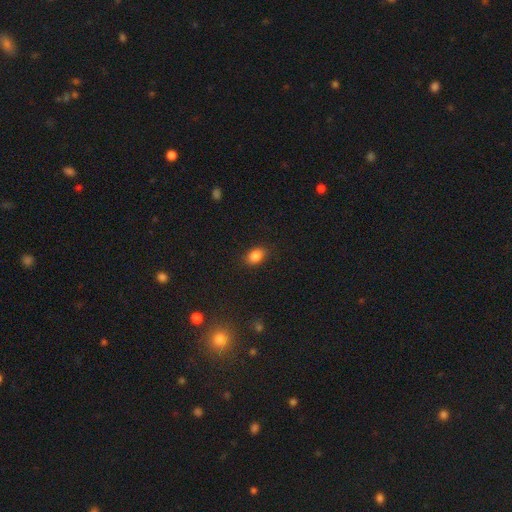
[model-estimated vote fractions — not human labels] The model was most divided on "how rounded": in between: 78%, round: 20%, cigar-shaped: 2%. More confident: merging — none (85%); smooth or featured — smooth (84%).